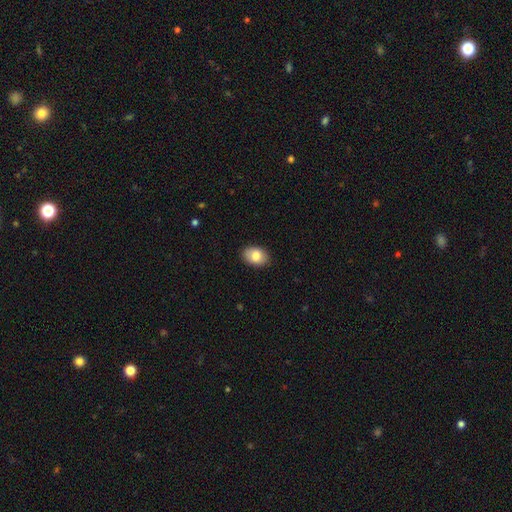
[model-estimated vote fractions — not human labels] Q: Smooth or featured?
A: smooth (82%); runner-up: featured or disk (10%)
Q: How rounded?
A: in between (81%); runner-up: round (18%)
Q: Merging?
A: none (89%); runner-up: minor disturbance (9%)